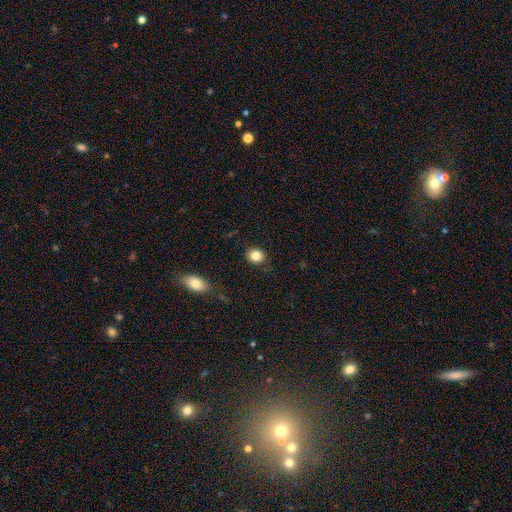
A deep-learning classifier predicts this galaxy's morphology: type=smooth (83%); roundness=round (71%); merging=none (85%).